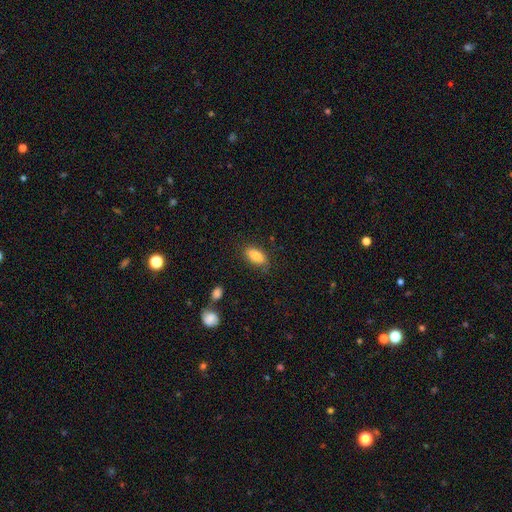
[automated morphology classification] A smooth galaxy with no disk features (84%) that is in between round and cigar-shaped (84%).

Vote fractions:
- Smooth or featured? smooth: 84% / featured or disk: 9% / star or artifact: 7%
- How rounded? in between: 84% / cigar-shaped: 12% / round: 3%
- Merging? none: 80% / minor disturbance: 14% / major disturbance: 3% / merger: 2%